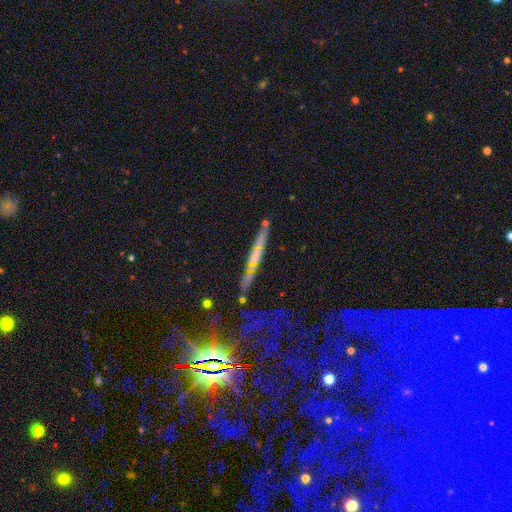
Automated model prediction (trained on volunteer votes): Smooth or featured: featured or disk — 49% (smooth — 35%)
Merging: none — 72% (minor disturbance — 16%)